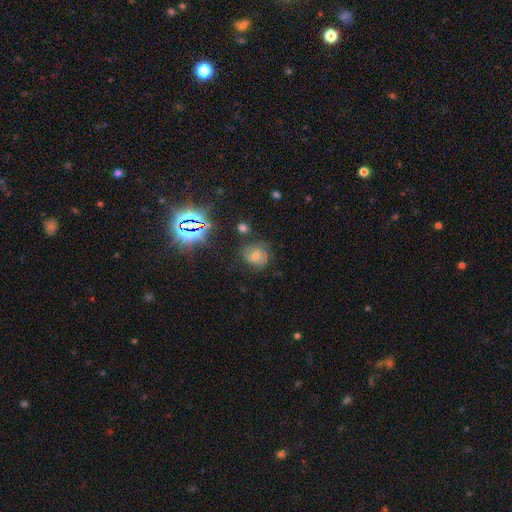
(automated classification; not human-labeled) Smooth or featured?
  - featured or disk: 36% *
  - star or artifact: 34%
  - smooth: 29%
Merging?
  - none: 72% *
  - minor disturbance: 18%
  - major disturbance: 7%
  - merger: 3%